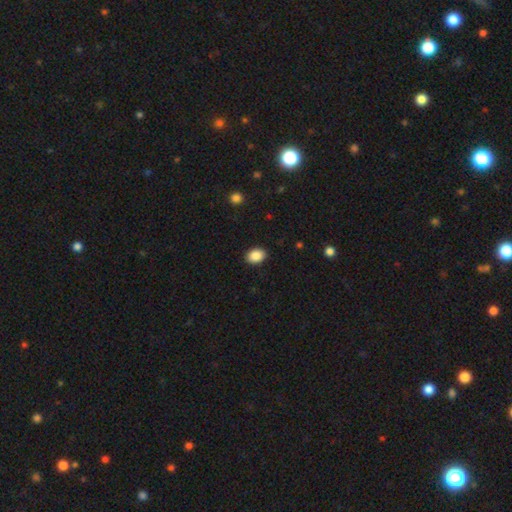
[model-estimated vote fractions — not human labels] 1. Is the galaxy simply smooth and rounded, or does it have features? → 89% smooth, 8% star or artifact, 3% featured or disk.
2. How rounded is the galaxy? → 72% in between, 27% round, 1% cigar-shaped.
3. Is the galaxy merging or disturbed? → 90% none, 7% minor disturbance, 2% major disturbance, 1% merger.